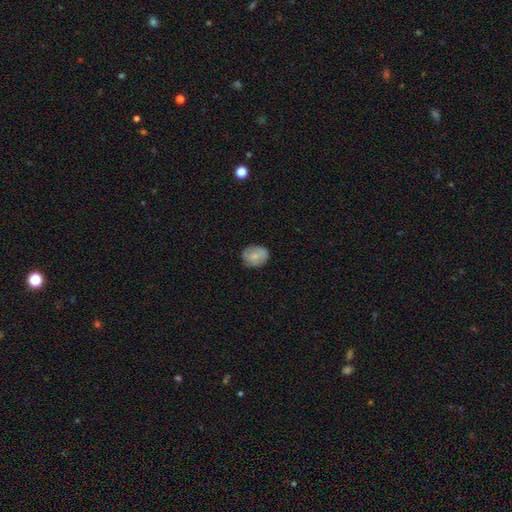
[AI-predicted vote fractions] A smooth galaxy with no disk features (75%) that is round (50%).

Vote fractions:
- Smooth or featured? smooth: 75% / featured or disk: 18% / star or artifact: 7%
- How rounded? round: 50% / in between: 49% / cigar-shaped: 1%
- Merging? none: 79% / minor disturbance: 17% / major disturbance: 3% / merger: 1%